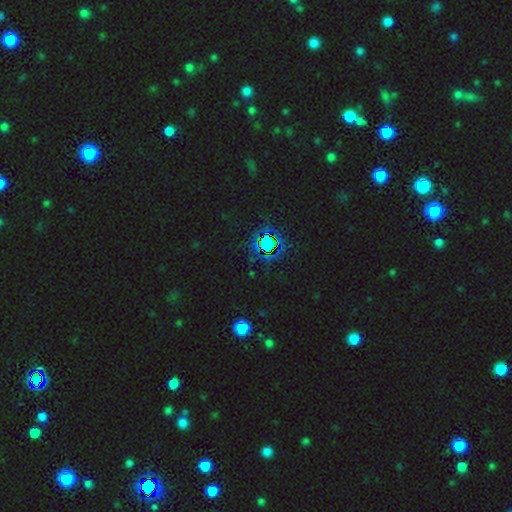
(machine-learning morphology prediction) Smooth or featured? star or artifact (78%)